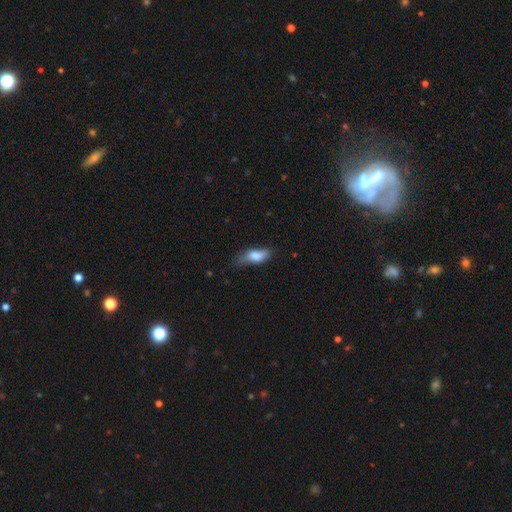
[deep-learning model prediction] Smooth or featured? smooth (73%)
How rounded? in between (69%)
Merging? none (47%)